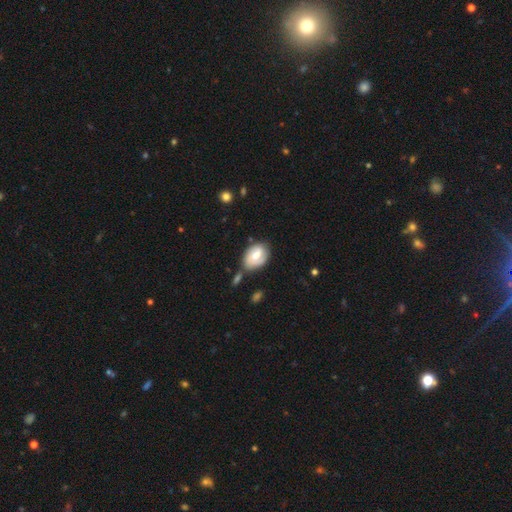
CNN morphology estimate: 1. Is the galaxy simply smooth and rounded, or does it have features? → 52% featured or disk, 41% smooth, 7% star or artifact.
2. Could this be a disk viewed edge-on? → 96% no, 4% yes.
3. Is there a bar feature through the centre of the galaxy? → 49% weak, 39% no, 13% strong.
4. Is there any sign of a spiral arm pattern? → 82% yes, 18% no.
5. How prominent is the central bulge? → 61% moderate, 24% small, 11% large, 3% none, 2% dominant.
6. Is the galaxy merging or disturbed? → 58% none, 25% minor disturbance, 9% merger, 8% major disturbance.